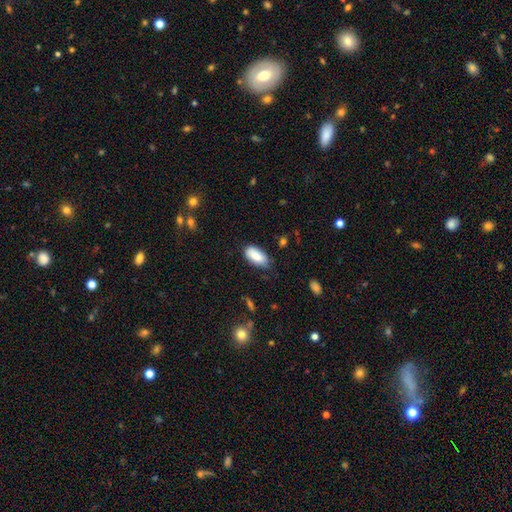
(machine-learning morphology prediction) This is clearly a smooth galaxy (84%). How rounded: clearly in between (93%). Merging: likely none (70%).